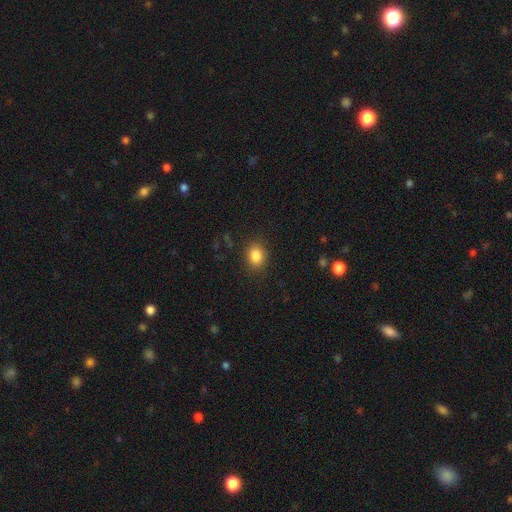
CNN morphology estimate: smooth-or-featured: smooth: 85% | star or artifact: 10% | featured or disk: 5%
  how-rounded: in between: 51% | round: 48% | cigar-shaped: 1%
  merging: none: 86% | minor disturbance: 10% | major disturbance: 3% | merger: 1%